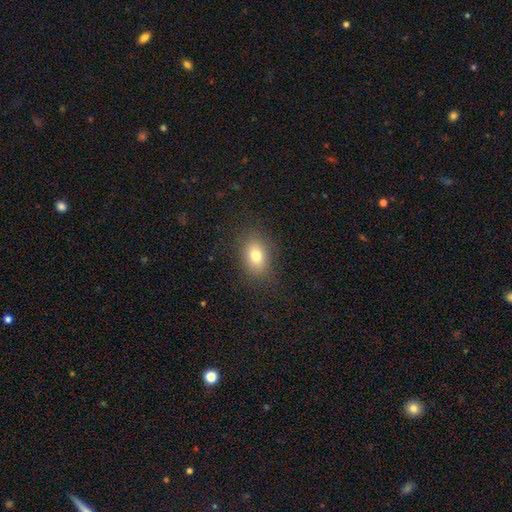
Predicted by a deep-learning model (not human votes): Q: Smooth or featured?
A: smooth (78%); runner-up: star or artifact (11%)
Q: How rounded?
A: in between (74%); runner-up: round (24%)
Q: Merging?
A: none (86%); runner-up: minor disturbance (10%)